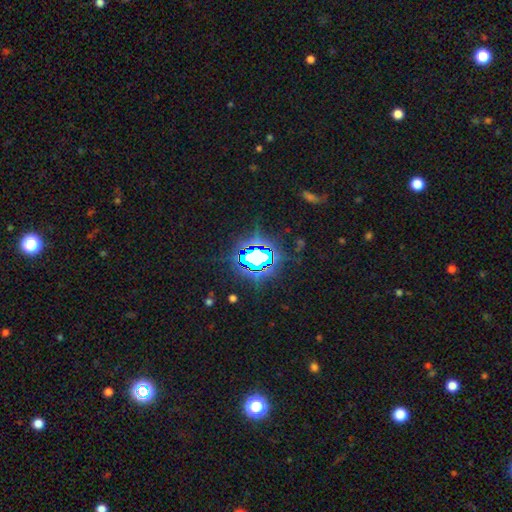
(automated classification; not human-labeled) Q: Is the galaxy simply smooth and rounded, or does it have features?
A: star or artifact — 76%.